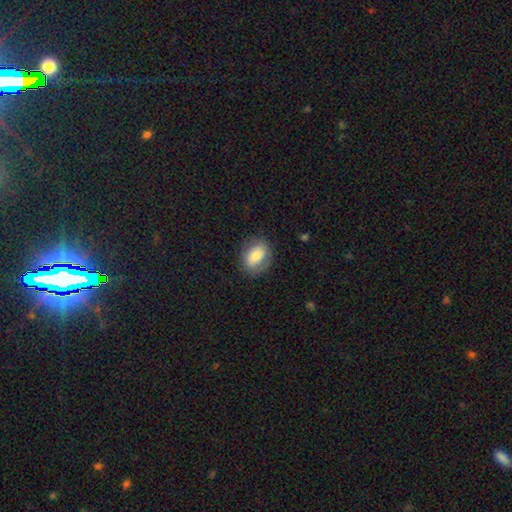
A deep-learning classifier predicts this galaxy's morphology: Q: Smooth or featured?
A: smooth (76%); runner-up: featured or disk (17%)
Q: How rounded?
A: in between (77%); runner-up: round (22%)
Q: Merging?
A: none (79%); runner-up: minor disturbance (15%)